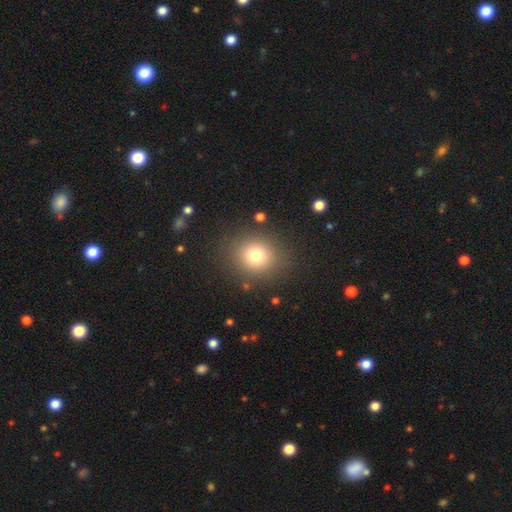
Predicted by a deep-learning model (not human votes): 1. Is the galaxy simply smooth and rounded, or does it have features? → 75% smooth, 15% star or artifact, 10% featured or disk.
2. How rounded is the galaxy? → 82% round, 17% in between, 1% cigar-shaped.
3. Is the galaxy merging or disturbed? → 86% none, 8% minor disturbance, 4% major disturbance, 2% merger.